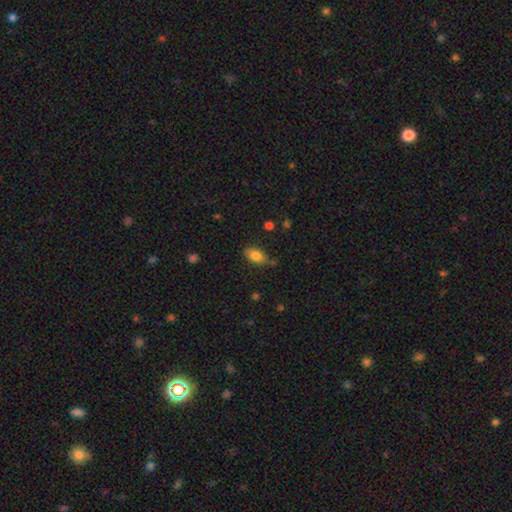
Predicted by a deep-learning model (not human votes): A smooth galaxy with no disk features (82%) that is in between round and cigar-shaped (89%).

Vote fractions:
- Smooth or featured? smooth: 82% / featured or disk: 10% / star or artifact: 8%
- How rounded? in between: 89% / round: 6% / cigar-shaped: 5%
- Merging? none: 71% / minor disturbance: 21% / major disturbance: 4% / merger: 3%